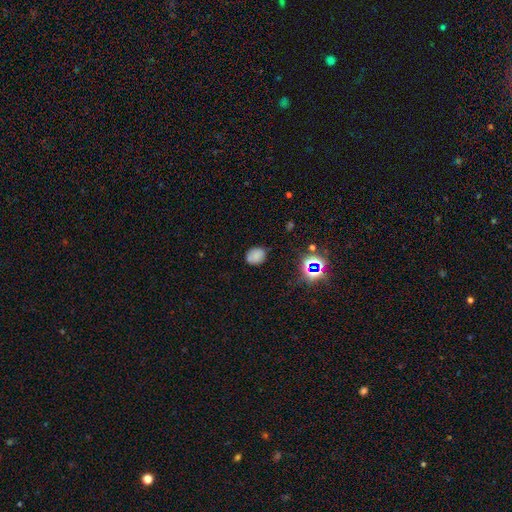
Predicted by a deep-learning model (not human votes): Overall: smooth (74%). How rounded: round (54%; in between 45%). Merging: none (75%).